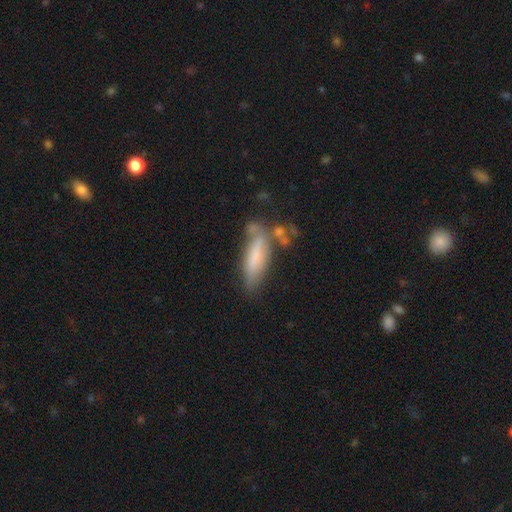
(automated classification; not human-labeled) A smooth galaxy with no disk features (65%) that is cigar-shaped (59%).

Vote fractions:
- Smooth or featured? smooth: 65% / featured or disk: 27% / star or artifact: 8%
- How rounded? cigar-shaped: 59% / in between: 39% / round: 2%
- Merging? none: 47% / minor disturbance: 27% / merger: 14% / major disturbance: 13%